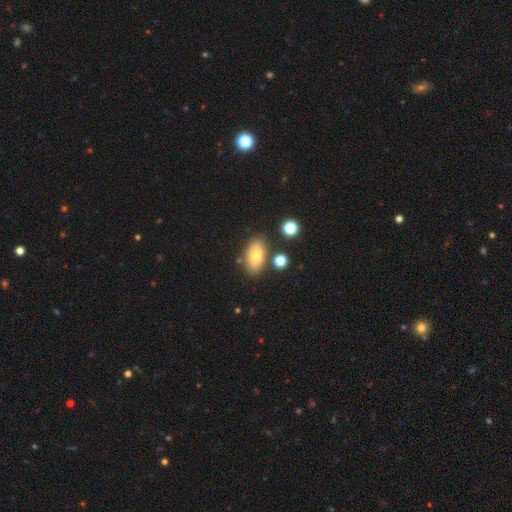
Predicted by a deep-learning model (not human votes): This appears to be a smooth galaxy with no disk features (75%) that is in between round and cigar-shaped (91%). Merging: none (78%).